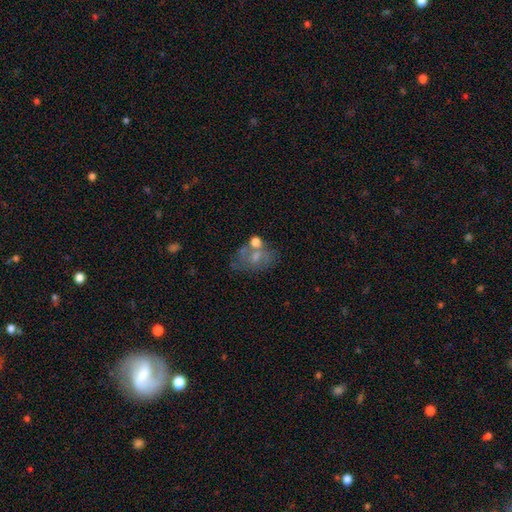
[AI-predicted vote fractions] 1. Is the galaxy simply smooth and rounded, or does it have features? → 47% featured or disk, 40% smooth, 13% star or artifact.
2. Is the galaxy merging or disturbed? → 41% none, 25% merger, 20% minor disturbance, 15% major disturbance.